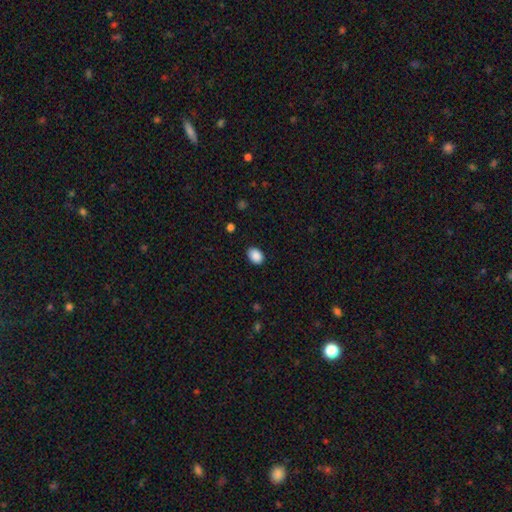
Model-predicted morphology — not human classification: A smooth galaxy with no disk features (89%) that is in between round and cigar-shaped (74%). Merging: none (87%).